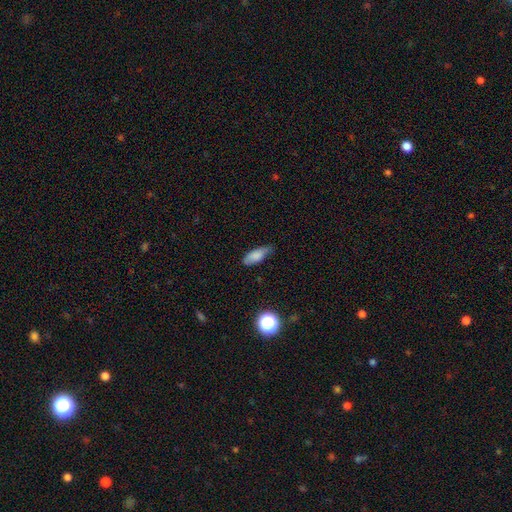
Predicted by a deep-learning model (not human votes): Smooth or featured?
  - smooth: 80% *
  - featured or disk: 11%
  - star or artifact: 9%
How rounded?
  - in between: 74% *
  - cigar-shaped: 23%
  - round: 3%
Merging?
  - none: 57% *
  - minor disturbance: 35%
  - major disturbance: 7%
  - merger: 2%